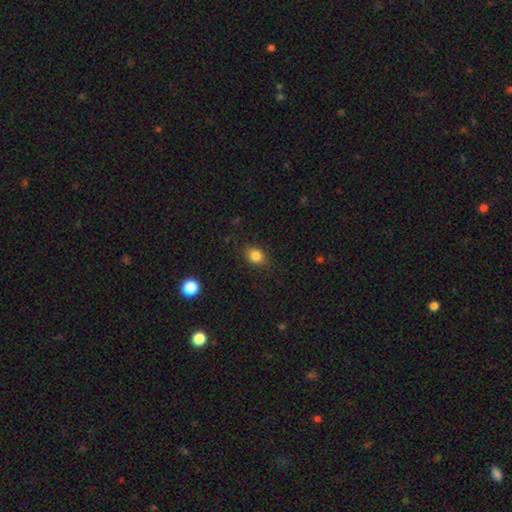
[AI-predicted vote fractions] Q: Smooth or featured?
A: smooth (84%); runner-up: star or artifact (11%)
Q: How rounded?
A: in between (50%); runner-up: round (48%)
Q: Merging?
A: none (83%); runner-up: minor disturbance (13%)